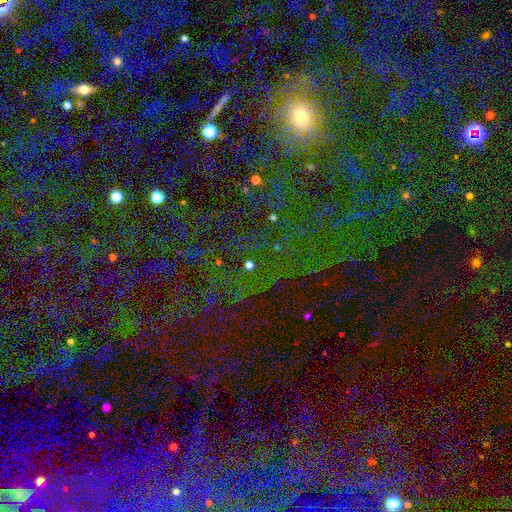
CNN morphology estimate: smooth_or_featured: star or artifact (p=0.72) [alt: smooth p=0.17]